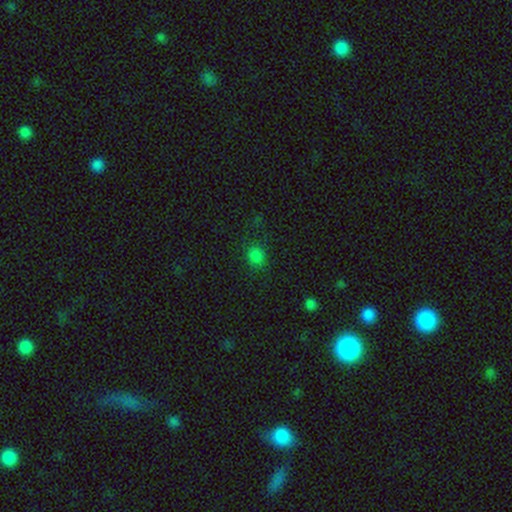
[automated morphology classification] Q: Smooth or featured?
A: smooth (80%); runner-up: star or artifact (16%)
Q: How rounded?
A: round (67%); runner-up: in between (32%)
Q: Merging?
A: none (83%); runner-up: minor disturbance (12%)